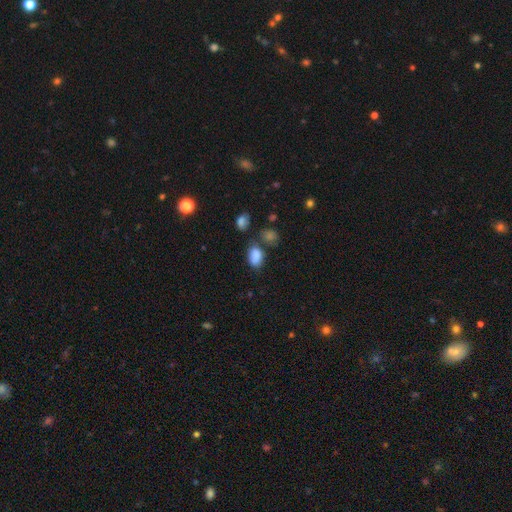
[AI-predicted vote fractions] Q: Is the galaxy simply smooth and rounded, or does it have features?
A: smooth — 84%.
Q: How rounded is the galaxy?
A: in between — 86%.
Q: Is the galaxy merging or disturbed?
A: none — 54%.